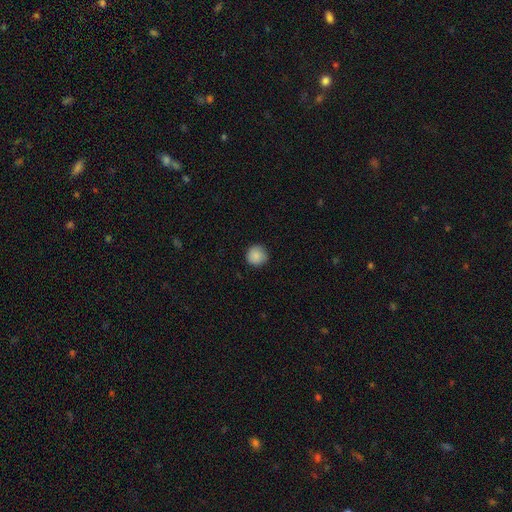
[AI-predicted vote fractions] Smooth or featured? Predicted: smooth (p=0.88). How rounded? Predicted: round (p=0.95). Merging? Predicted: none (p=0.89).